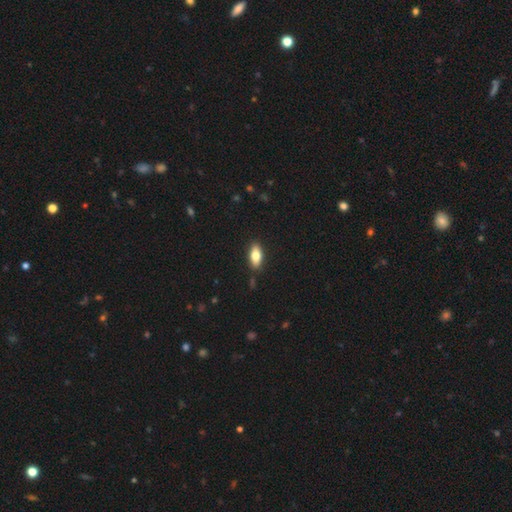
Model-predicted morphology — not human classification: smooth 76%, featured or disk 17%, star or artifact 7%. Down the decision tree: how rounded — in between (84%); merging — none (87%).